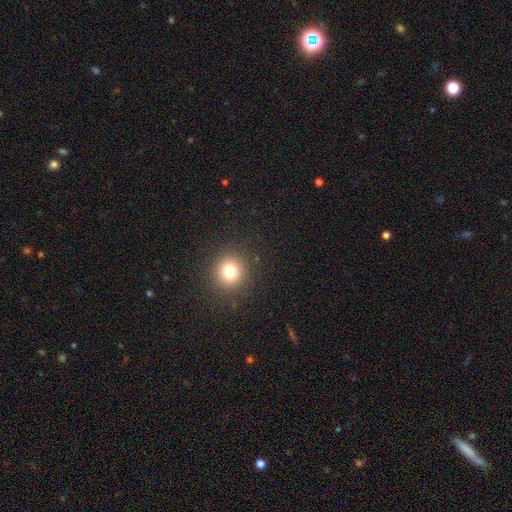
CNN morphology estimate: Smooth or featured? Predicted: smooth (p=0.67). How rounded? Predicted: round (p=0.94). Merging? Predicted: none (p=0.93).